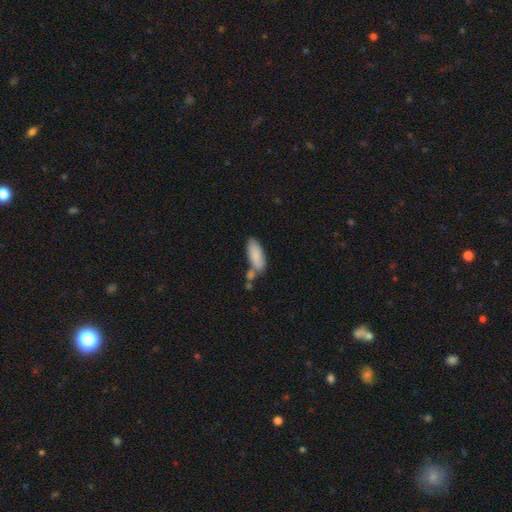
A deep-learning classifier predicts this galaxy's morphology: Smooth or featured: smooth — 84% (featured or disk — 9%)
How rounded: in between — 75% (cigar-shaped — 23%)
Merging: none — 49% (merger — 26%)